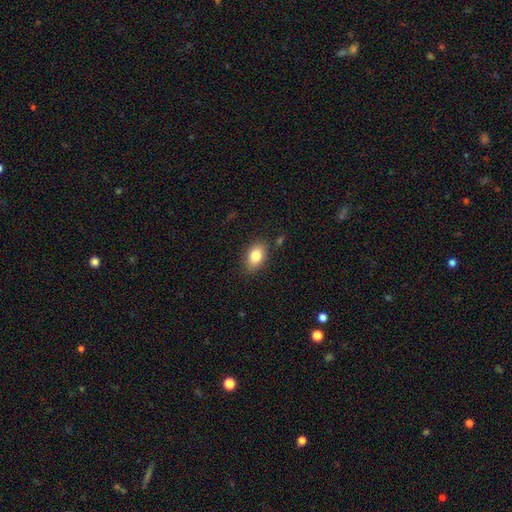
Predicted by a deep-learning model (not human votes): Overall: smooth (82%). How rounded: in between (85%). Merging: none (83%).